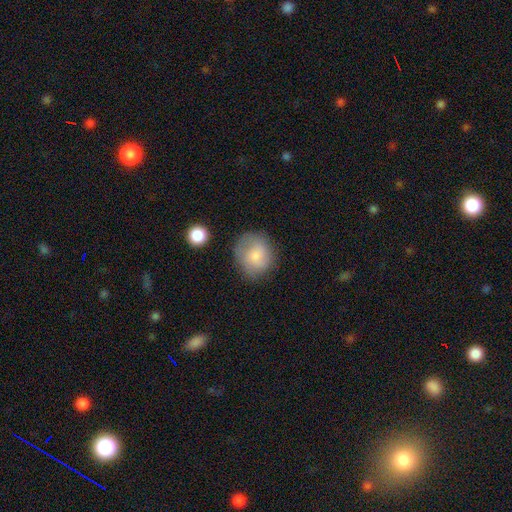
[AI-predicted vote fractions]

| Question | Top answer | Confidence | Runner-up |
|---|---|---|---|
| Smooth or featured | smooth | 76% | featured or disk (16%) |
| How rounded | round | 74% | in between (25%) |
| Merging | none | 65% | minor disturbance (23%) |